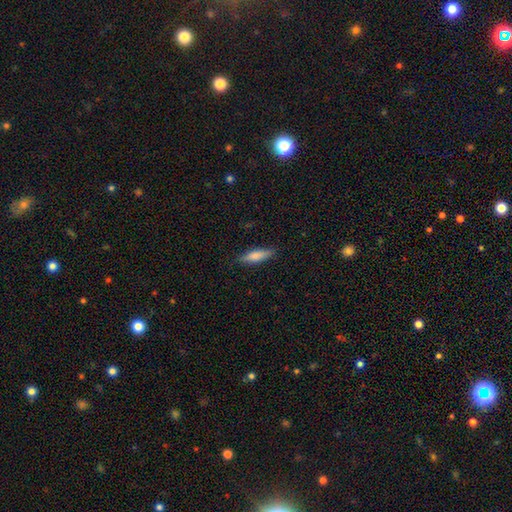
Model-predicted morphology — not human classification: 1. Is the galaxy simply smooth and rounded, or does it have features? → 80% smooth, 14% featured or disk, 6% star or artifact.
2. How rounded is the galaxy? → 58% cigar-shaped, 40% in between, 2% round.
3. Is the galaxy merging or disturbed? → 86% none, 11% minor disturbance, 2% major disturbance, 1% merger.